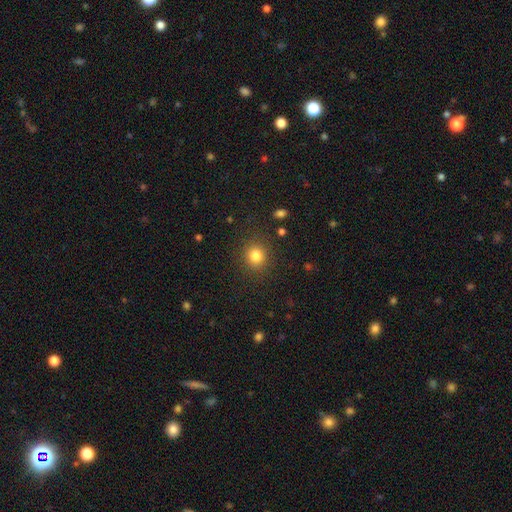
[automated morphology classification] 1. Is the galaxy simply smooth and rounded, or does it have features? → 82% smooth, 12% star or artifact, 6% featured or disk.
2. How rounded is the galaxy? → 83% round, 16% in between, 1% cigar-shaped.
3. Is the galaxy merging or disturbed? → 87% none, 8% minor disturbance, 4% major disturbance, 1% merger.